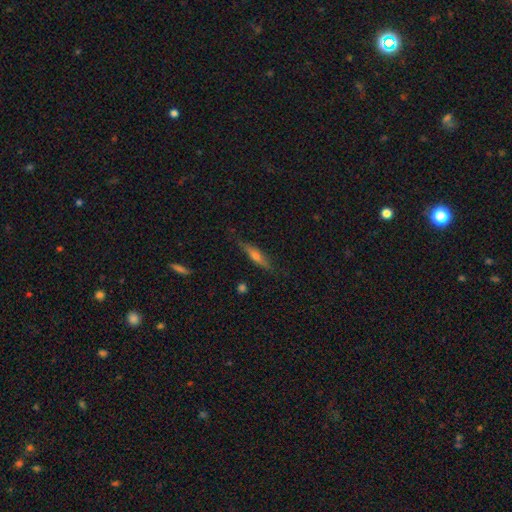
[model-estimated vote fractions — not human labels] This is possibly a featured or disk galaxy (54%). It is clearly viewed edge-on (92%). Merging: clearly none (81%).